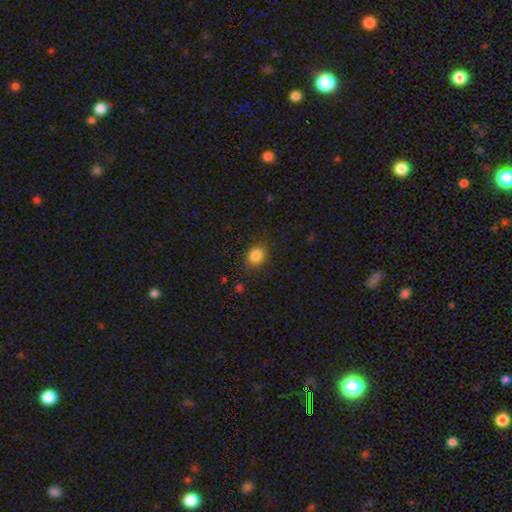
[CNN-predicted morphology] A smooth galaxy with no disk features (85%) that is round (54%). Merging: none (81%).